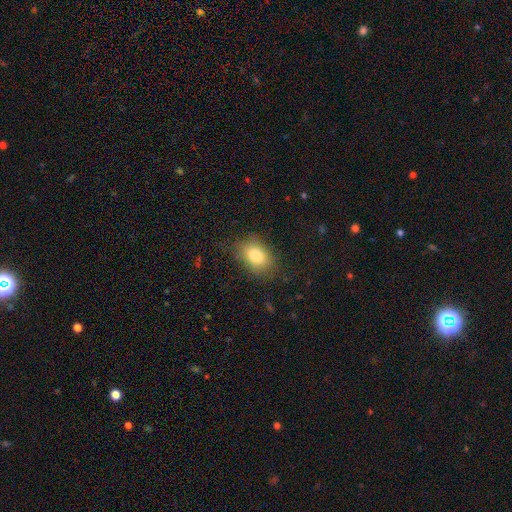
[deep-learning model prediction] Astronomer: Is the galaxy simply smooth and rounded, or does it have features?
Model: smooth — 80%.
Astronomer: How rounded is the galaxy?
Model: in between — 80%.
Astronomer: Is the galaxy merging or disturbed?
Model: none — 76%.